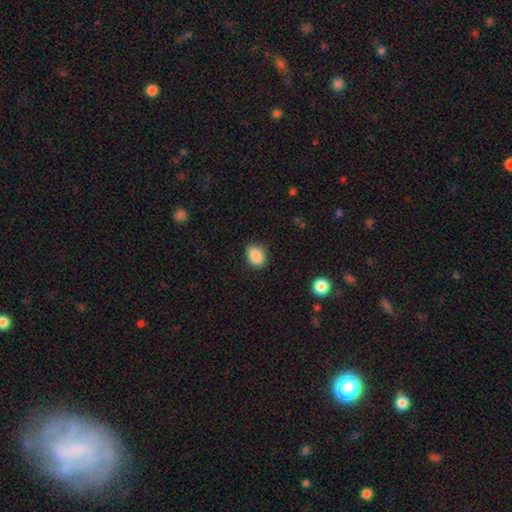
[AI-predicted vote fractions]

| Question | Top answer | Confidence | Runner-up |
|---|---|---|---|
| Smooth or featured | smooth | 87% | star or artifact (8%) |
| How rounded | in between | 59% | round (40%) |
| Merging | none | 84% | minor disturbance (12%) |